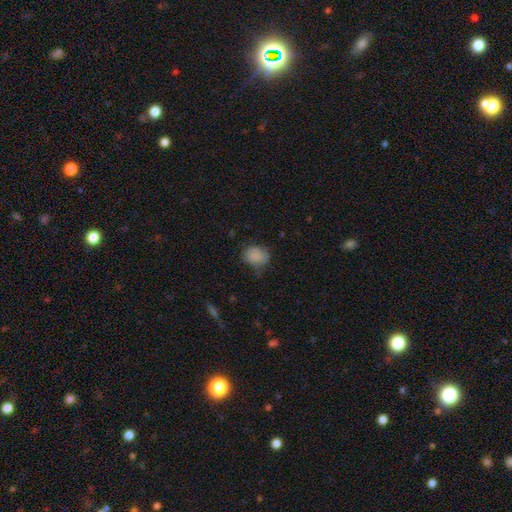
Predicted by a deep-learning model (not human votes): A smooth galaxy with no disk features (85%) that is in between round and cigar-shaped (50%). Merging: none (62%).